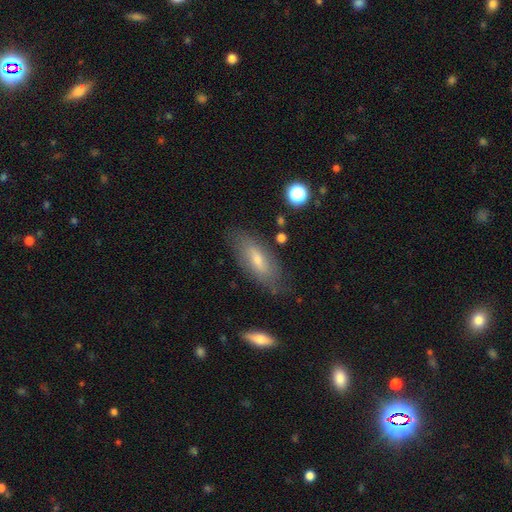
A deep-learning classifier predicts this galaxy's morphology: Smooth or featured? Predicted: smooth (p=0.49). Merging? Predicted: none (p=0.78).